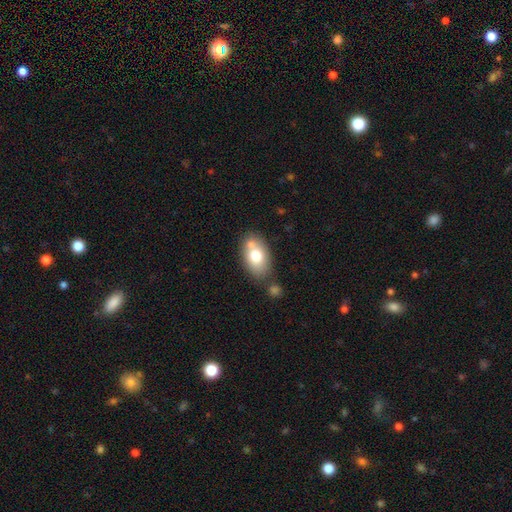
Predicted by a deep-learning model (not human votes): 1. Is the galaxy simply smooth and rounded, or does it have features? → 72% smooth, 20% featured or disk, 8% star or artifact.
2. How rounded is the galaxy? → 87% in between, 12% round, 2% cigar-shaped.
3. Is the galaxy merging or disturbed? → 59% none, 23% merger, 15% minor disturbance, 4% major disturbance.